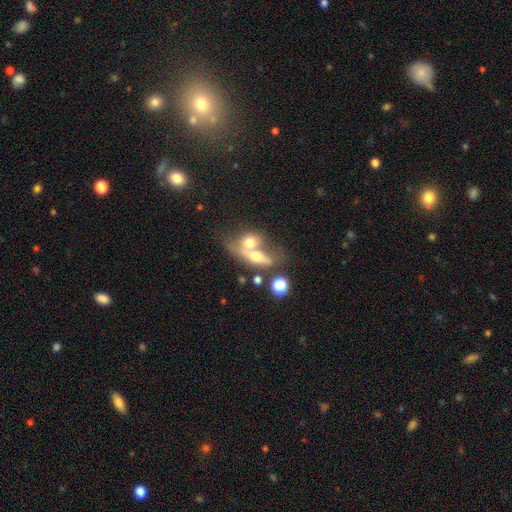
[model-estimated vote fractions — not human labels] Morphology: type=smooth (53%); roundness=in between (63%); merging=merger (67%).